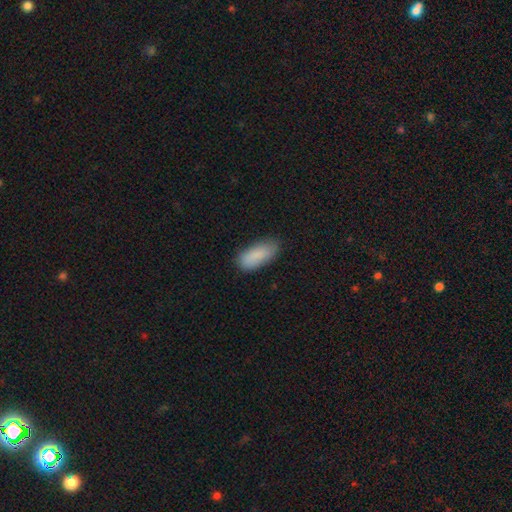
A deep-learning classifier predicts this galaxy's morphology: Smooth or featured? smooth (88%)
How rounded? in between (84%)
Merging? none (78%)